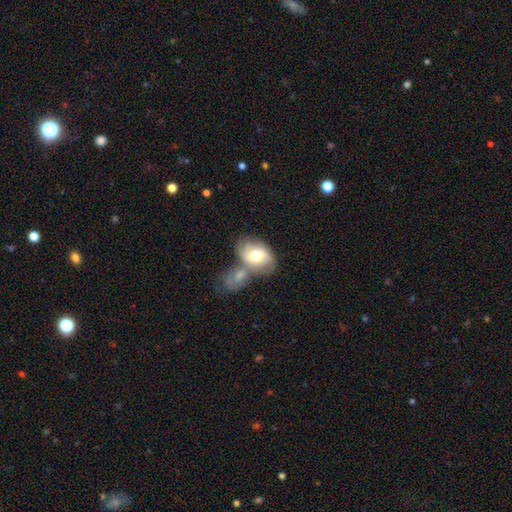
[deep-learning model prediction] The model was most divided on "smooth or featured": smooth: 54%, featured or disk: 39%, star or artifact: 7%. Remaining: how rounded — in between (78%); merging — merger (49%).